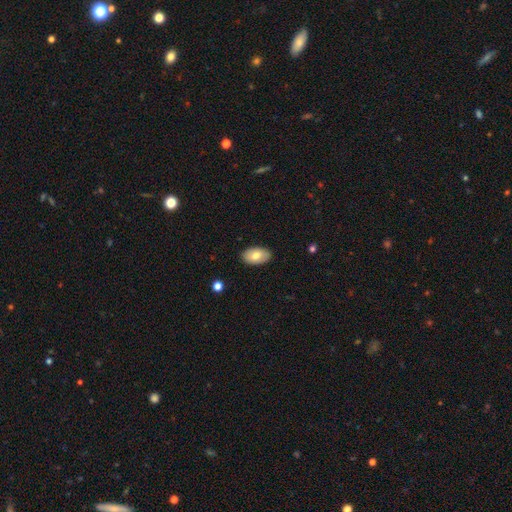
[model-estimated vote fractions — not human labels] This is likely a smooth galaxy (75%). How rounded: clearly in between (94%). Merging: clearly none (87%).